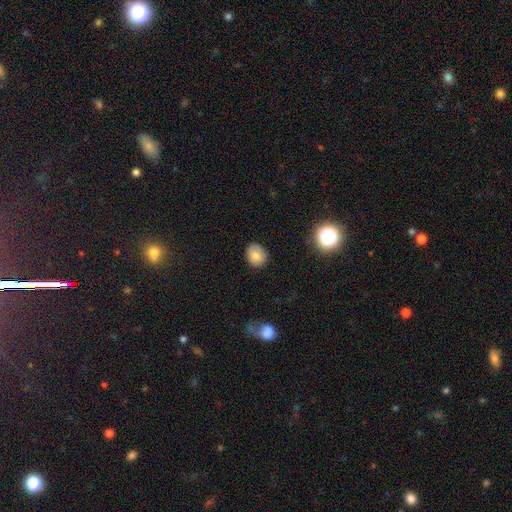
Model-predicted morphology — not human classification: A smooth galaxy with no disk features (77%) that is round (60%). Merging: none (80%).